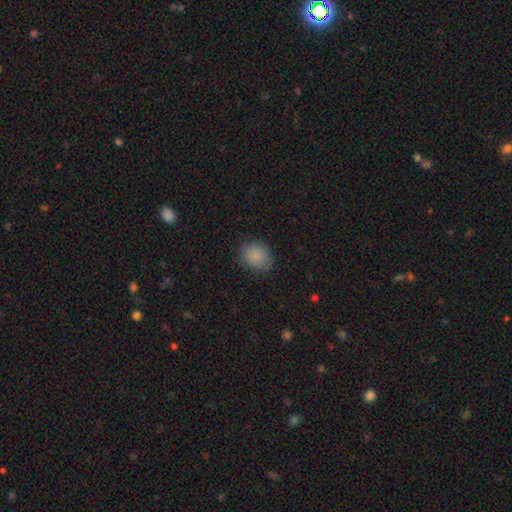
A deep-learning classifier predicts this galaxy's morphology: A smooth galaxy with no disk features (85%) that is in between round and cigar-shaped (53%).

Vote fractions:
- Smooth or featured? smooth: 85% / star or artifact: 9% / featured or disk: 6%
- How rounded? in between: 53% / round: 46% / cigar-shaped: 1%
- Merging? none: 81% / minor disturbance: 15% / major disturbance: 3% / merger: 1%